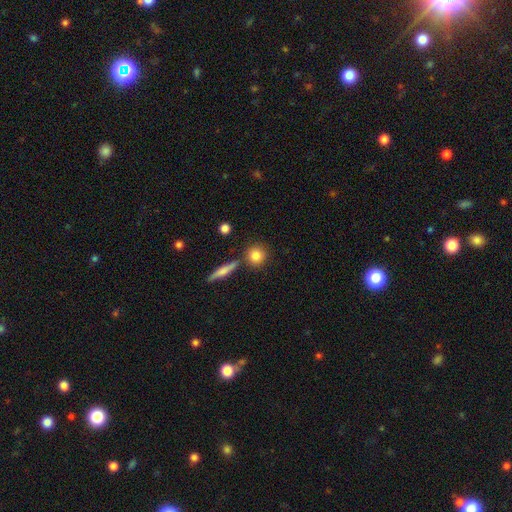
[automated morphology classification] Q: Smooth or featured?
A: smooth (82%); runner-up: featured or disk (9%)
Q: How rounded?
A: round (86%); runner-up: in between (11%)
Q: Merging?
A: none (78%); runner-up: merger (10%)